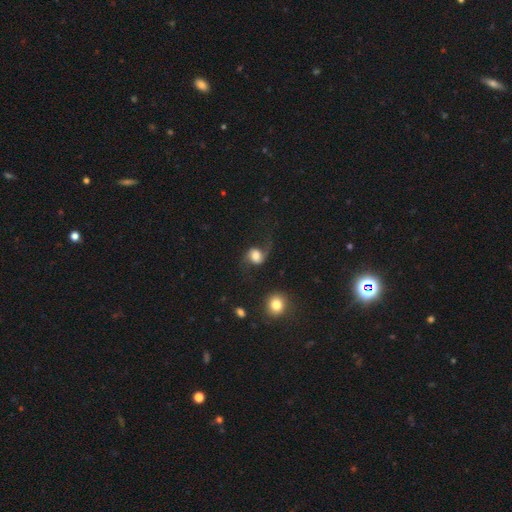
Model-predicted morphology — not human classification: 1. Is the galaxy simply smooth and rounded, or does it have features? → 59% featured or disk, 31% smooth, 9% star or artifact.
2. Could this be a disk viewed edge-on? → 97% no, 3% yes.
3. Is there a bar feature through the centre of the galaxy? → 56% no, 34% weak, 11% strong.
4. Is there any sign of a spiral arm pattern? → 93% yes, 7% no.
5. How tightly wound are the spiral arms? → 78% loose, 18% medium, 4% tight.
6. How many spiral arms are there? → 85% 2, 11% 1, 2% can't tell, 1% 3, 1% 4, 1% more than 4.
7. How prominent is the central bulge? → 39% large, 31% moderate, 16% dominant, 9% small, 4% none.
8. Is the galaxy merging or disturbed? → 56% none, 23% major disturbance, 18% minor disturbance, 3% merger.